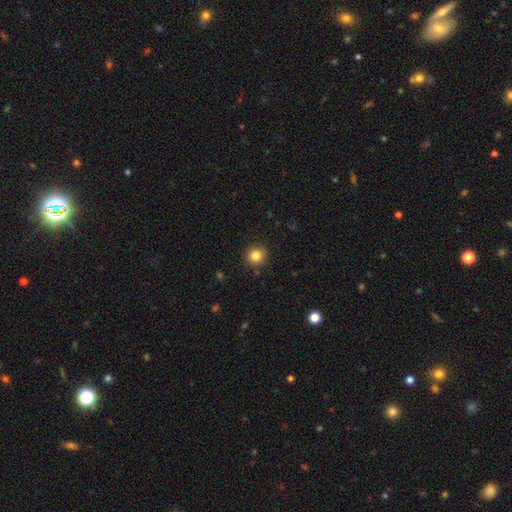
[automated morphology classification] smooth_or_featured: smooth (p=0.84) [alt: star or artifact p=0.11]
how_rounded: round (p=0.94) [alt: in between p=0.05]
merging: none (p=0.91) [alt: minor disturbance p=0.06]